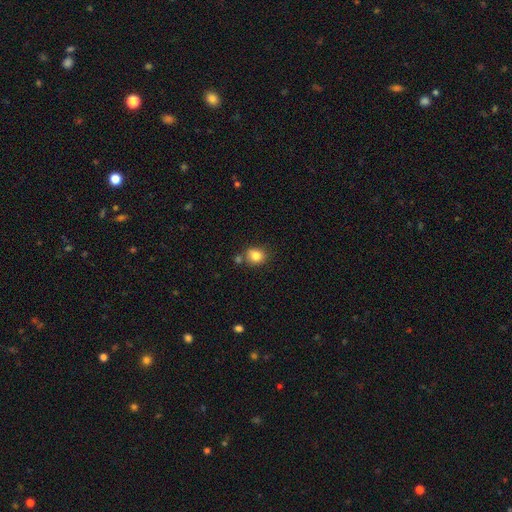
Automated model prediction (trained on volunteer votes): smooth_or_featured: smooth (p=0.82) [alt: star or artifact p=0.11]
how_rounded: round (p=0.72) [alt: in between p=0.27]
merging: none (p=0.70) [alt: merger p=0.14]